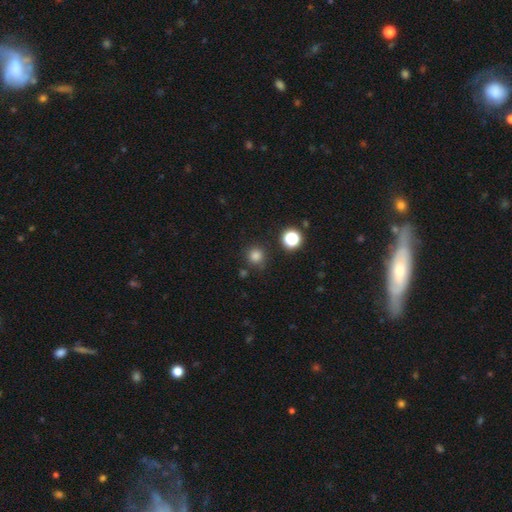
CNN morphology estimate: Q: Smooth or featured?
A: smooth (81%); runner-up: star or artifact (15%)
Q: How rounded?
A: round (93%); runner-up: in between (6%)
Q: Merging?
A: none (84%); runner-up: minor disturbance (9%)